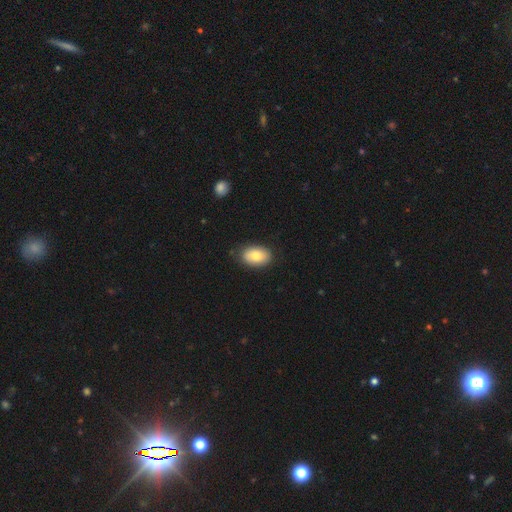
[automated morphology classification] This is clearly a smooth galaxy (80%). How rounded: clearly in between (89%). Merging: clearly none (83%).